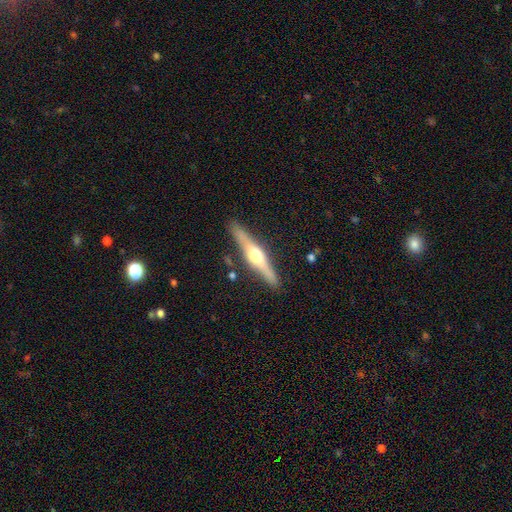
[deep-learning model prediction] smooth_or_featured: featured or disk (p=0.69) [alt: smooth p=0.25]
disk_edge_on: yes (p=0.97) [alt: no p=0.03]
edge_on_bulge: rounded (p=0.93) [alt: boxy p=0.04]
merging: none (p=0.88) [alt: minor disturbance p=0.09]